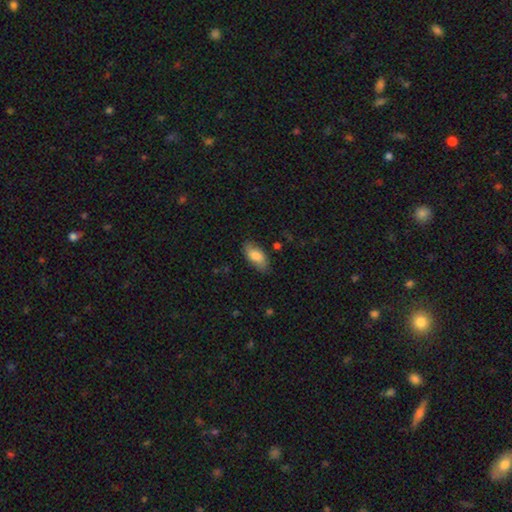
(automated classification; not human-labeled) smooth_or_featured: smooth (p=0.80) [alt: featured or disk p=0.13]
how_rounded: in between (p=0.90) [alt: cigar-shaped p=0.08]
merging: none (p=0.77) [alt: minor disturbance p=0.18]